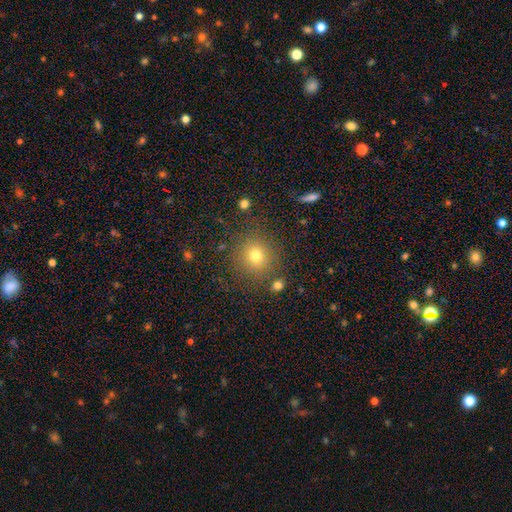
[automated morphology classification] Smooth or featured? smooth (75%)
How rounded? round (90%)
Merging? none (85%)